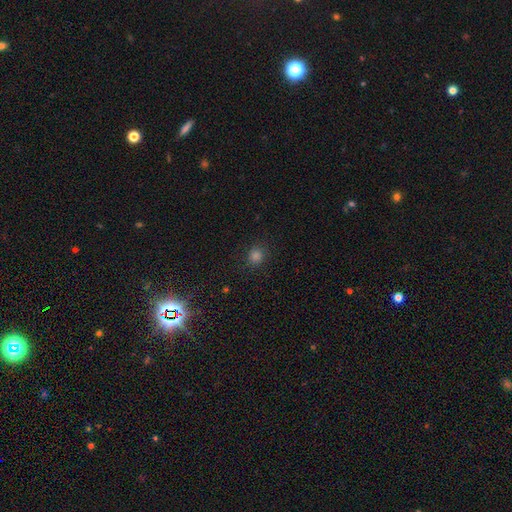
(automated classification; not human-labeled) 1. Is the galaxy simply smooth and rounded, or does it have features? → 73% smooth, 23% star or artifact, 5% featured or disk.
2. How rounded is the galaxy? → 85% round, 13% in between, 1% cigar-shaped.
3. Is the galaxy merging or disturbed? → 87% none, 8% minor disturbance, 3% major disturbance, 1% merger.